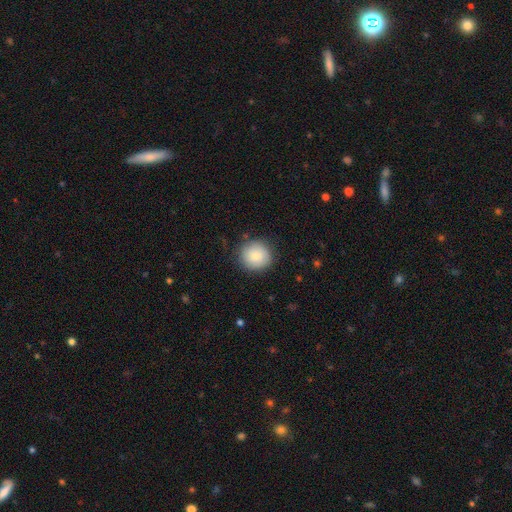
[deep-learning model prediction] smooth-or-featured: smooth: 83% | featured or disk: 10% | star or artifact: 7%
  how-rounded: round: 91% | in between: 8% | cigar-shaped: 1%
  merging: none: 85% | minor disturbance: 11% | major disturbance: 3% | merger: 1%